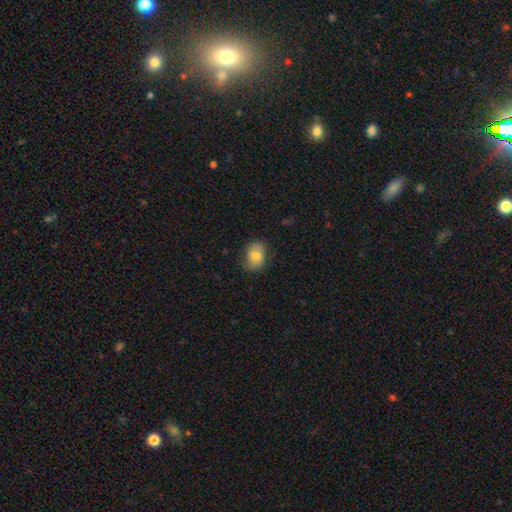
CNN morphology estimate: The model was most divided on "how rounded": in between: 71%, round: 28%, cigar-shaped: 1%. More confident: smooth or featured — smooth (76%); merging — none (71%).